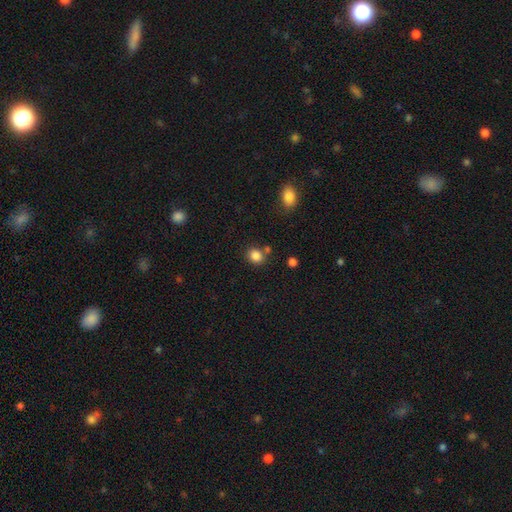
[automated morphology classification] smooth_or_featured: smooth (p=0.85) [alt: star or artifact p=0.11]
how_rounded: round (p=0.71) [alt: in between p=0.29]
merging: none (p=0.74) [alt: merger p=0.12]